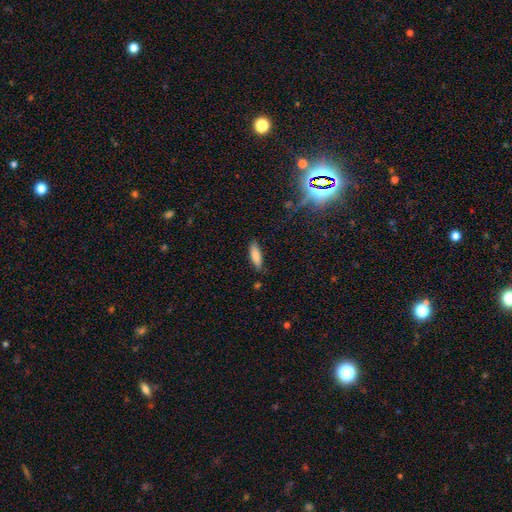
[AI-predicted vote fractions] smooth 83%, featured or disk 10%, star or artifact 8%. Down the decision tree: how rounded — in between (53%); merging — none (80%).